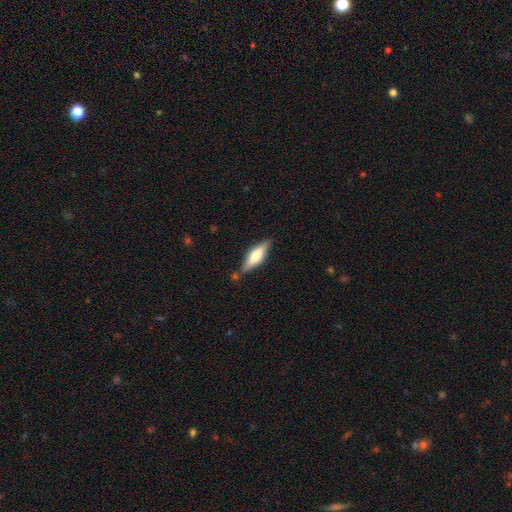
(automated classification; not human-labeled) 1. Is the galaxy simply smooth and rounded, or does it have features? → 48% featured or disk, 46% smooth, 6% star or artifact.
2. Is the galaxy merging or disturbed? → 79% none, 14% minor disturbance, 4% merger, 3% major disturbance.